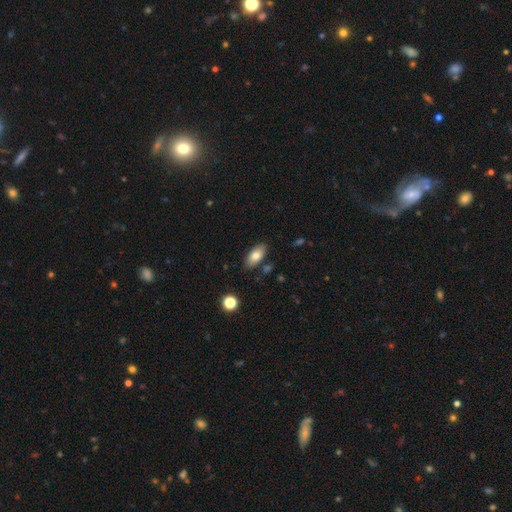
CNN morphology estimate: smooth 80%, featured or disk 13%, star or artifact 7%. Down the decision tree: how rounded — in between (90%); merging — none (82%).